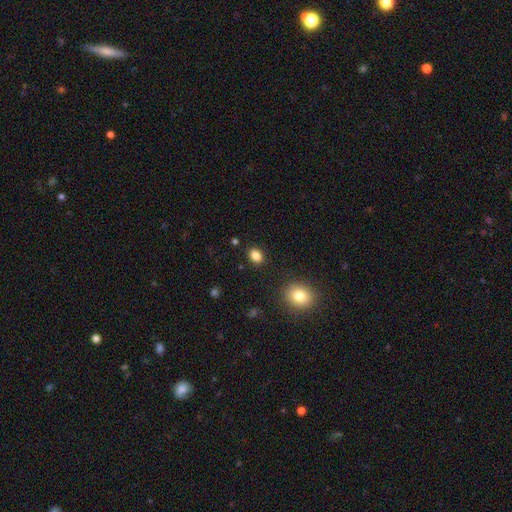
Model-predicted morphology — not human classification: smooth-or-featured: smooth: 84% | star or artifact: 11% | featured or disk: 5%
  how-rounded: in between: 71% | round: 28% | cigar-shaped: 1%
  merging: none: 87% | minor disturbance: 9% | major disturbance: 2% | merger: 2%